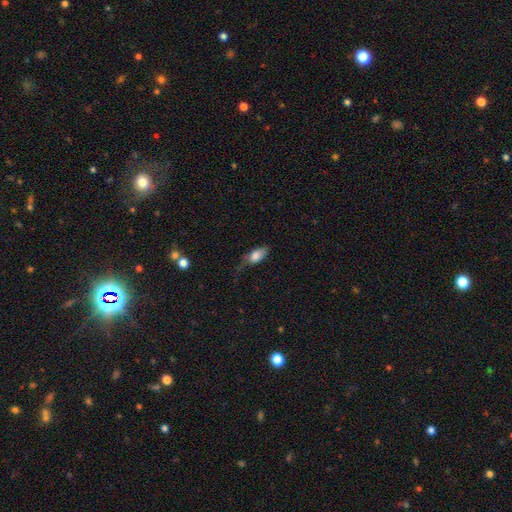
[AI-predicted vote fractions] A smooth galaxy with no disk features (78%) that is in between round and cigar-shaped (86%).

Vote fractions:
- Smooth or featured? smooth: 78% / featured or disk: 14% / star or artifact: 8%
- How rounded? in between: 86% / cigar-shaped: 9% / round: 5%
- Merging? none: 38% / minor disturbance: 35% / major disturbance: 24% / merger: 3%